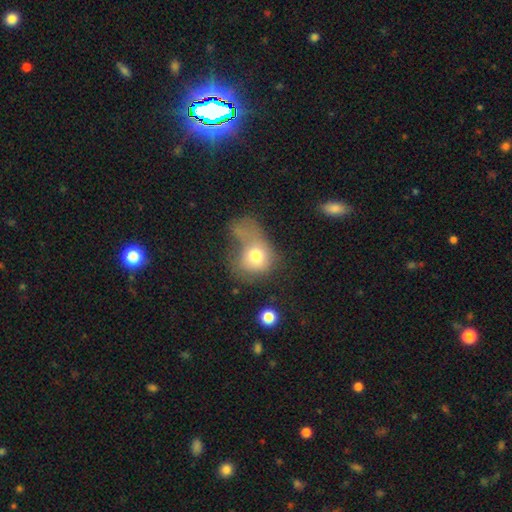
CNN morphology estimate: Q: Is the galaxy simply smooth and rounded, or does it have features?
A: smooth — 68%.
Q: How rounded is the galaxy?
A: round — 63%.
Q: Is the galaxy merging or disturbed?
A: major disturbance — 52%.